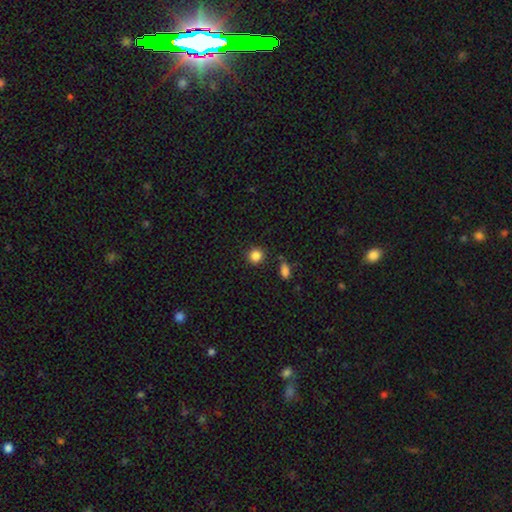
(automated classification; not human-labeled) smooth_or_featured: smooth (p=0.86) [alt: star or artifact p=0.10]
how_rounded: round (p=0.91) [alt: in between p=0.08]
merging: none (p=0.86) [alt: minor disturbance p=0.08]